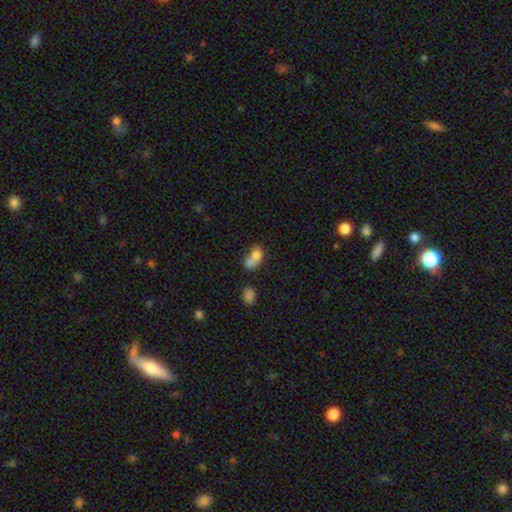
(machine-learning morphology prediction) Q: Smooth or featured?
A: smooth (73%); runner-up: featured or disk (16%)
Q: How rounded?
A: in between (66%); runner-up: round (30%)
Q: Merging?
A: merger (60%); runner-up: none (20%)